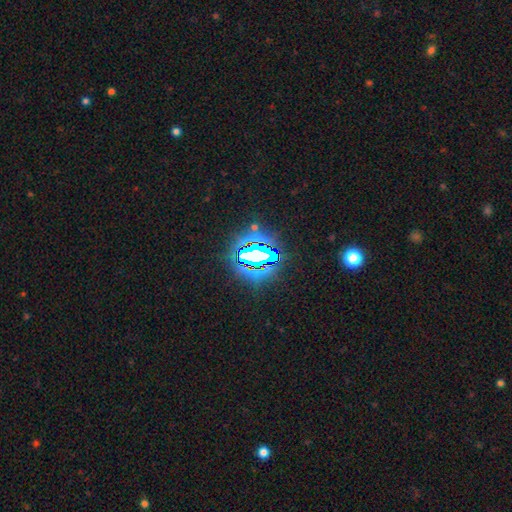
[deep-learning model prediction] smooth_or_featured: star or artifact (p=0.75) [alt: smooth p=0.14]